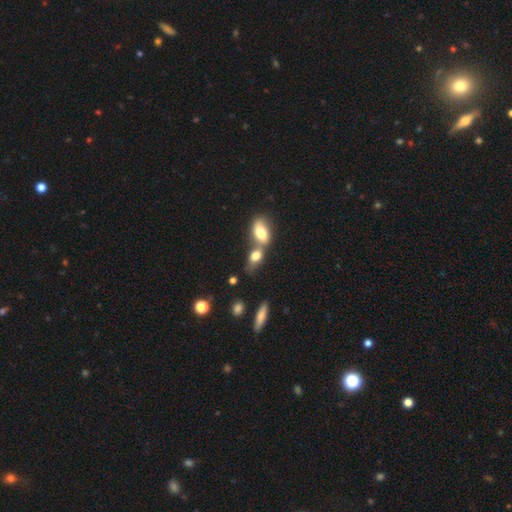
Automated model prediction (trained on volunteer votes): smooth_or_featured: smooth (p=0.77) [alt: featured or disk p=0.14]
how_rounded: in between (p=0.79) [alt: round p=0.15]
merging: merger (p=0.56) [alt: none p=0.29]